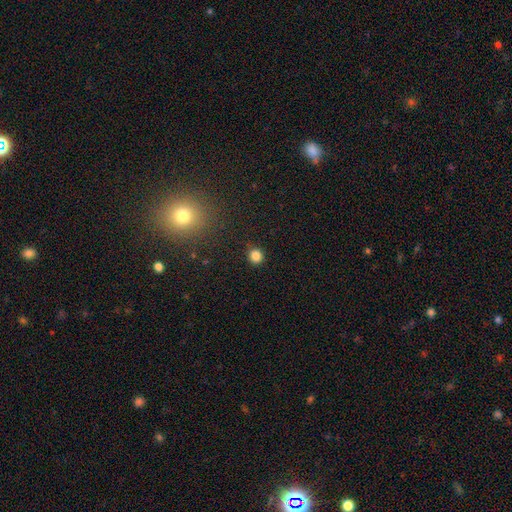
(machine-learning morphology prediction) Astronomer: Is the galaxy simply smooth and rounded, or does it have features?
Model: smooth — 84%.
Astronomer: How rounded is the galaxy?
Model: round — 88%.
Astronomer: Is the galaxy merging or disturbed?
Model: none — 89%.